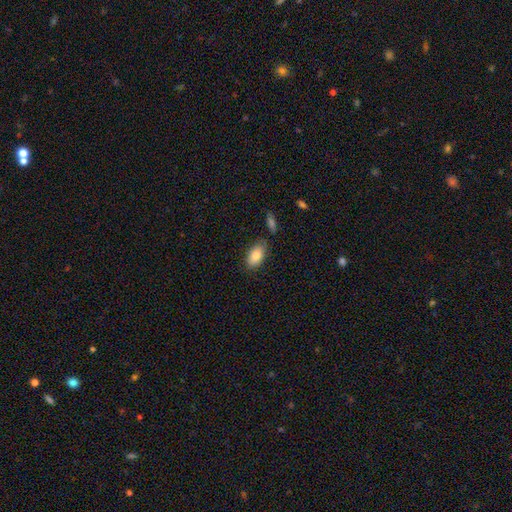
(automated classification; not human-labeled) A smooth galaxy with no disk features (84%) that is in between round and cigar-shaped (93%).

Vote fractions:
- Smooth or featured? smooth: 84% / featured or disk: 9% / star or artifact: 6%
- How rounded? in between: 93% / round: 4% / cigar-shaped: 3%
- Merging? none: 76% / minor disturbance: 16% / merger: 5% / major disturbance: 3%